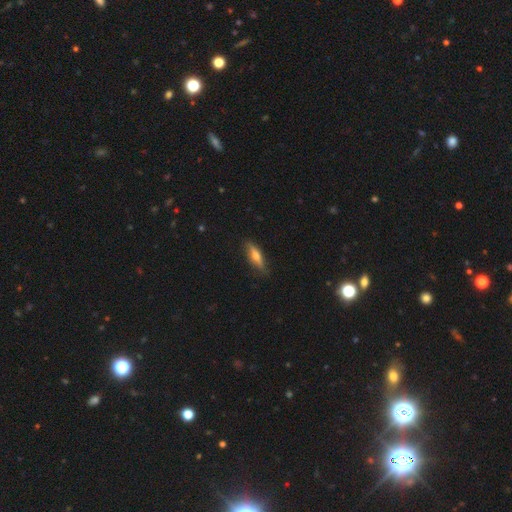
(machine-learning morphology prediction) The model was most divided on "smooth or featured": smooth: 52%, featured or disk: 41%, star or artifact: 6%. More confident: merging — none (81%); how rounded — cigar-shaped (62%).